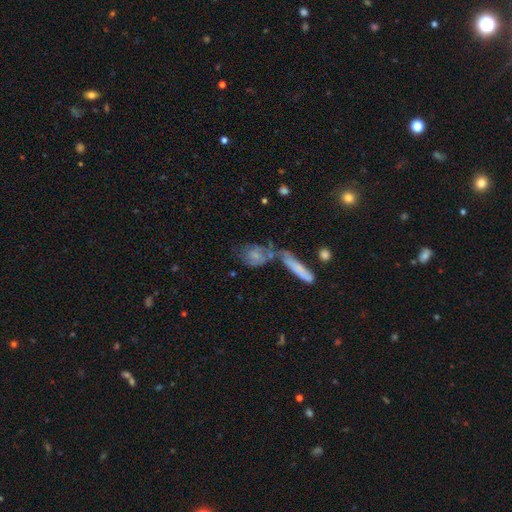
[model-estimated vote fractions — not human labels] Smooth or featured: smooth — 55% (featured or disk — 36%)
How rounded: in between — 58% (round — 26%)
Merging: merger — 39% (none — 33%)